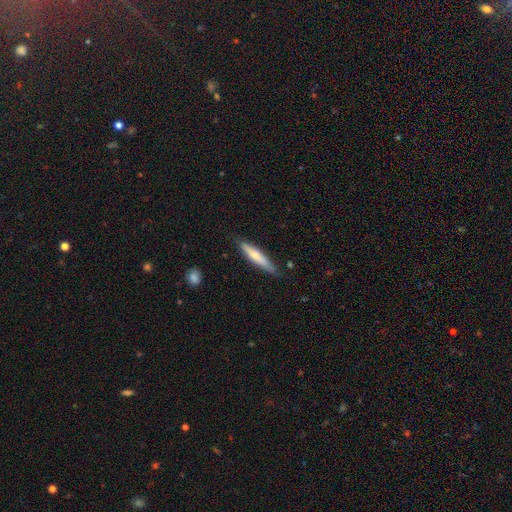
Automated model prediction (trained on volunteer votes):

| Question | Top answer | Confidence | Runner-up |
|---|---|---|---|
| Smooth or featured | smooth | 60% | featured or disk (34%) |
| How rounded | cigar-shaped | 89% | in between (10%) |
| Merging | none | 79% | minor disturbance (17%) |